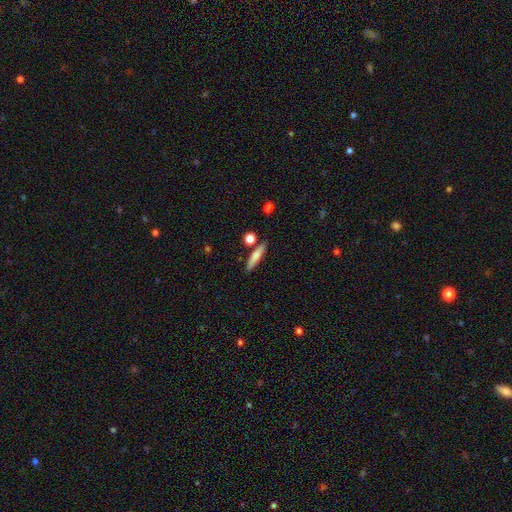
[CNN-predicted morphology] This is likely a smooth galaxy (74%). How rounded: clearly cigar-shaped (81%). Merging: clearly none (81%).